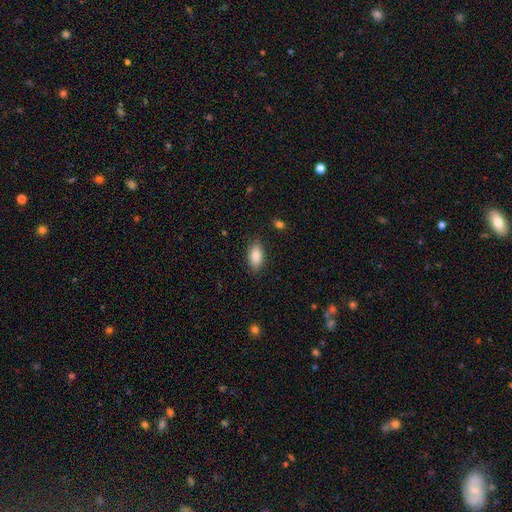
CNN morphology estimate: Q: Smooth or featured?
A: smooth (87%); runner-up: star or artifact (6%)
Q: How rounded?
A: in between (92%); runner-up: cigar-shaped (5%)
Q: Merging?
A: none (86%); runner-up: minor disturbance (11%)